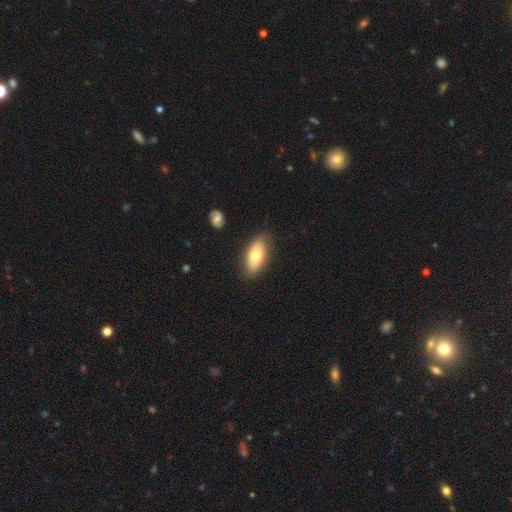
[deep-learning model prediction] Smooth or featured: smooth — 71% (featured or disk — 23%)
How rounded: in between — 89% (cigar-shaped — 7%)
Merging: none — 83% (minor disturbance — 13%)